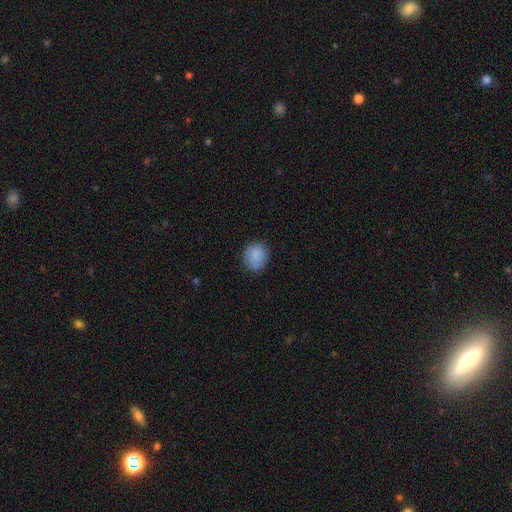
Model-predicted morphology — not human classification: Q: Smooth or featured?
A: smooth (86%); runner-up: star or artifact (8%)
Q: How rounded?
A: round (76%); runner-up: in between (23%)
Q: Merging?
A: none (81%); runner-up: minor disturbance (15%)